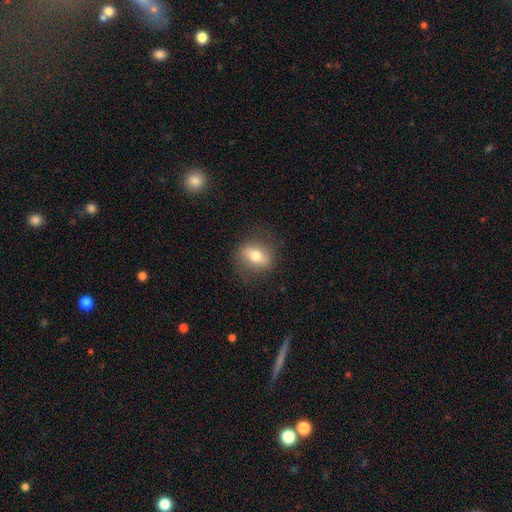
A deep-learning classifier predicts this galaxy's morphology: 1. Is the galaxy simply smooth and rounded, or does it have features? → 67% smooth, 25% featured or disk, 8% star or artifact.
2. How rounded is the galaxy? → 59% in between, 38% round, 3% cigar-shaped.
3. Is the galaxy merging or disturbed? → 81% none, 13% minor disturbance, 5% major disturbance, 1% merger.